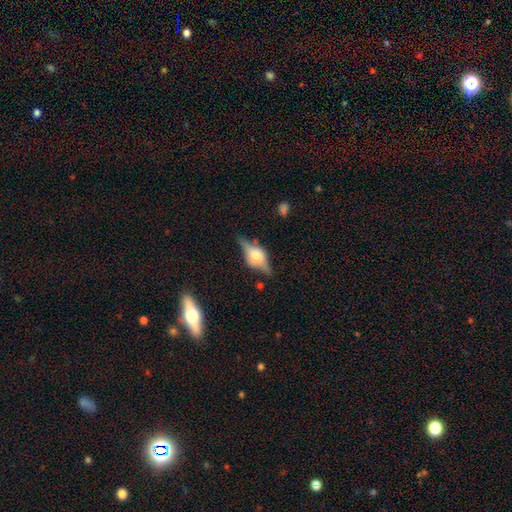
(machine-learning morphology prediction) type=featured or disk (71%); edge-on=yes (93%); edge-on bulge=rounded (89%); merging=none (75%).